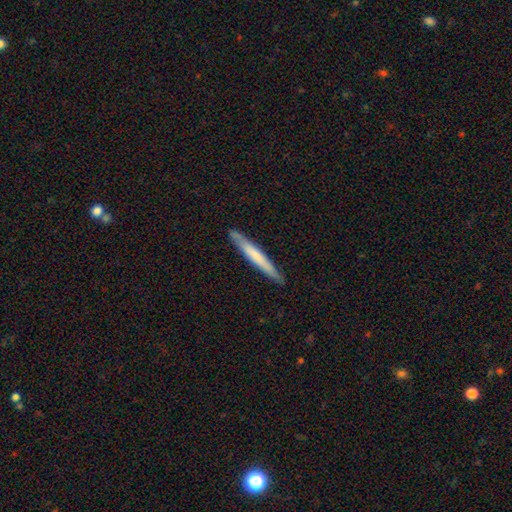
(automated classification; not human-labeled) Smooth or featured?
  - smooth: 59% *
  - featured or disk: 35%
  - star or artifact: 5%
How rounded?
  - cigar-shaped: 96% *
  - in between: 3%
  - round: 1%
Merging?
  - none: 89% *
  - minor disturbance: 9%
  - major disturbance: 1%
  - merger: 1%